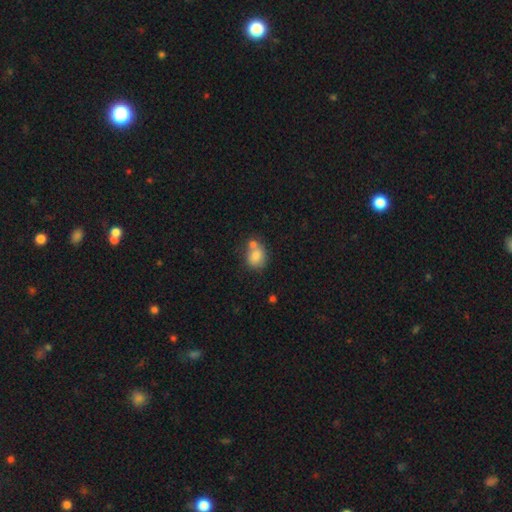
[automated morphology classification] This appears to be a smooth galaxy with no disk features (81%) that is round (54%). Merging: none (47%).